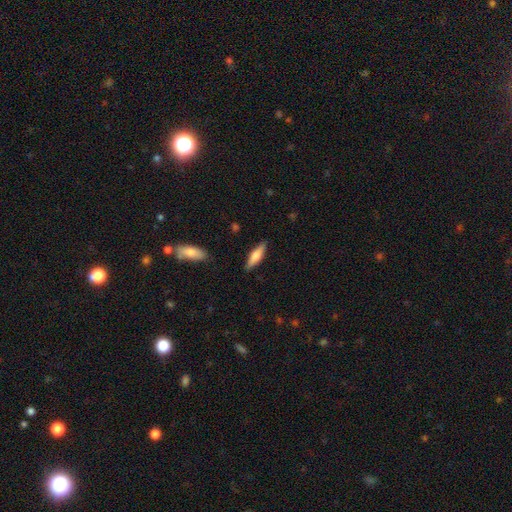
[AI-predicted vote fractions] The model was most divided on "smooth or featured": smooth: 58%, featured or disk: 37%, star or artifact: 6%. More confident: merging — none (87%); how rounded — cigar-shaped (65%).